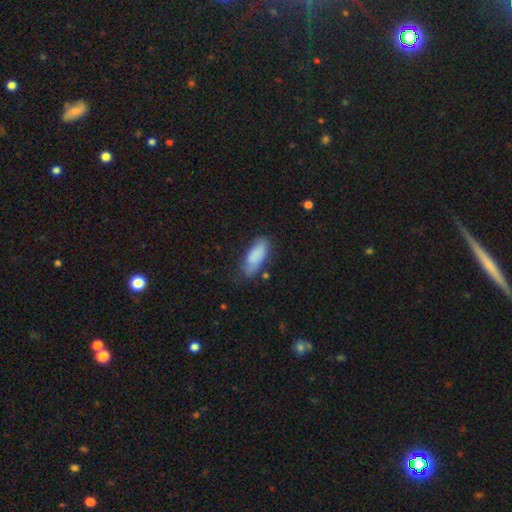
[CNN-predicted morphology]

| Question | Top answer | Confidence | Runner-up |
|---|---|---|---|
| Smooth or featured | smooth | 85% | featured or disk (9%) |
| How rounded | in between | 73% | cigar-shaped (25%) |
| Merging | none | 68% | minor disturbance (23%) |